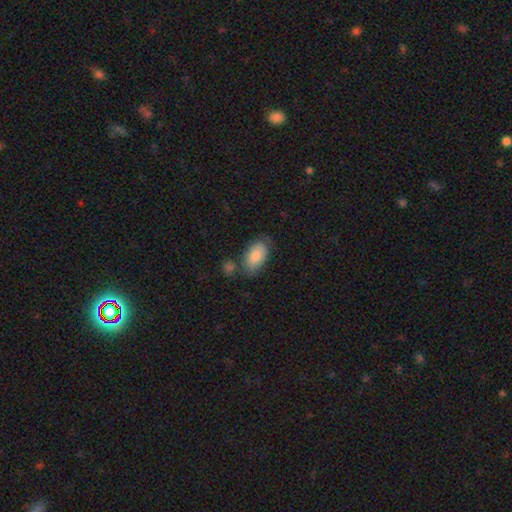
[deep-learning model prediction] The model was most divided on "merging": none: 64%, minor disturbance: 19%, merger: 12%, major disturbance: 5%. More confident: how rounded — in between (94%); smooth or featured — smooth (82%).